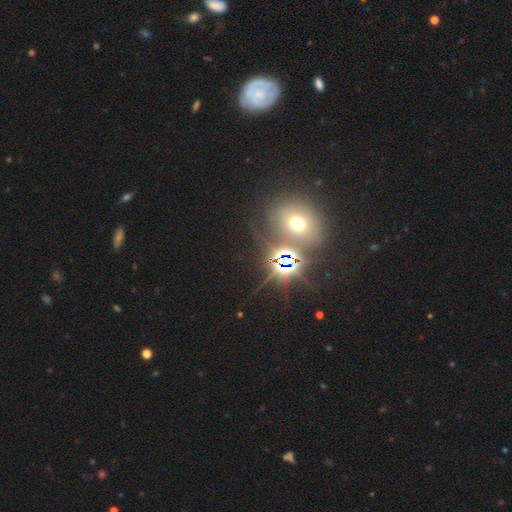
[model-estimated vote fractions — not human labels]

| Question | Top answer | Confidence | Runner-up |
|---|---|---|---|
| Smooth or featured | star or artifact | 48% | smooth (35%) |